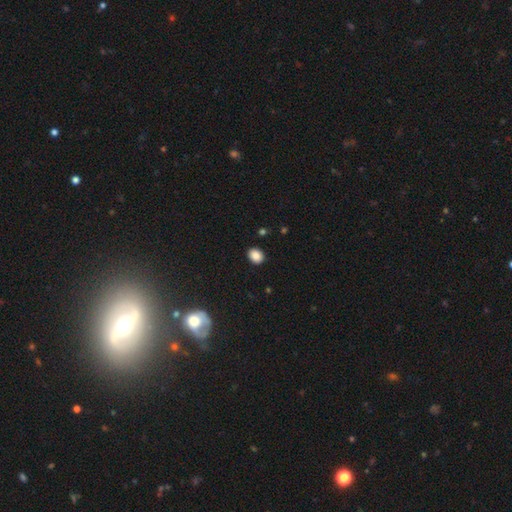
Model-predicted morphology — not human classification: smooth_or_featured: smooth (p=0.87) [alt: star or artifact p=0.09]
how_rounded: in between (p=0.53) [alt: round p=0.46]
merging: none (p=0.89) [alt: minor disturbance p=0.07]